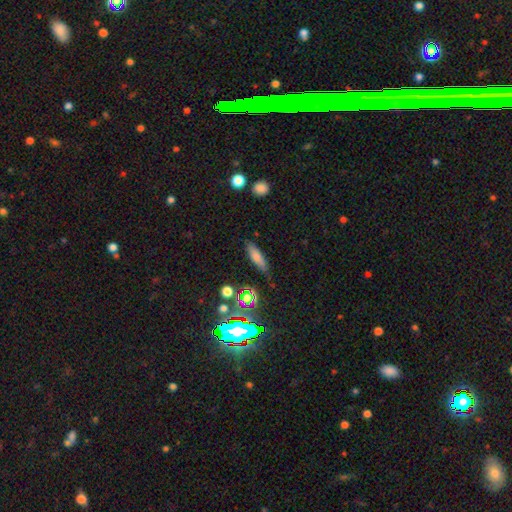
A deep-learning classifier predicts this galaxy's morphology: This is likely a smooth galaxy (71%). How rounded: possibly cigar-shaped (54%). Merging: likely none (79%).